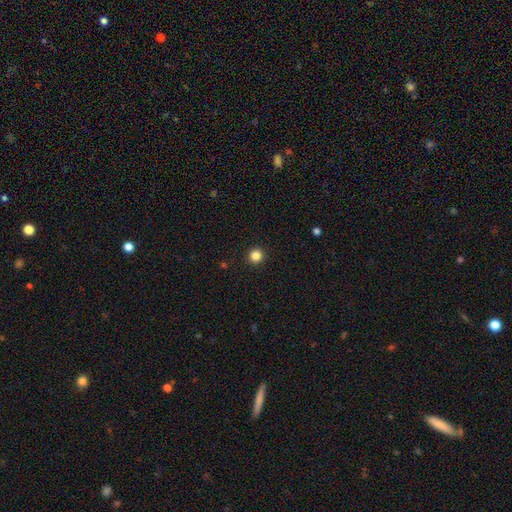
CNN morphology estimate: Q: Smooth or featured?
A: smooth (84%); runner-up: star or artifact (12%)
Q: How rounded?
A: round (95%); runner-up: in between (4%)
Q: Merging?
A: none (93%); runner-up: minor disturbance (4%)